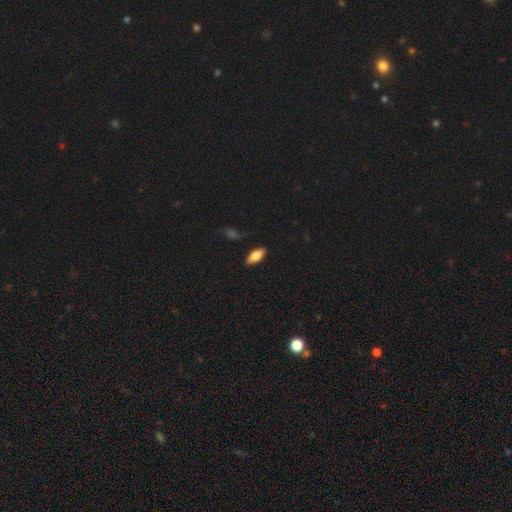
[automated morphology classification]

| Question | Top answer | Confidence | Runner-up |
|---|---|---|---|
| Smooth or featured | smooth | 82% | featured or disk (12%) |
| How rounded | in between | 85% | cigar-shaped (13%) |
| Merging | none | 86% | minor disturbance (10%) |